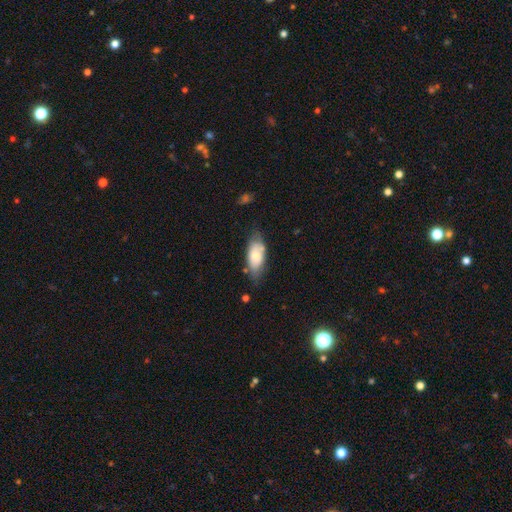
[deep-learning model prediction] Q: Smooth or featured?
A: smooth (69%); runner-up: featured or disk (24%)
Q: How rounded?
A: in between (88%); runner-up: cigar-shaped (9%)
Q: Merging?
A: none (61%); runner-up: minor disturbance (27%)